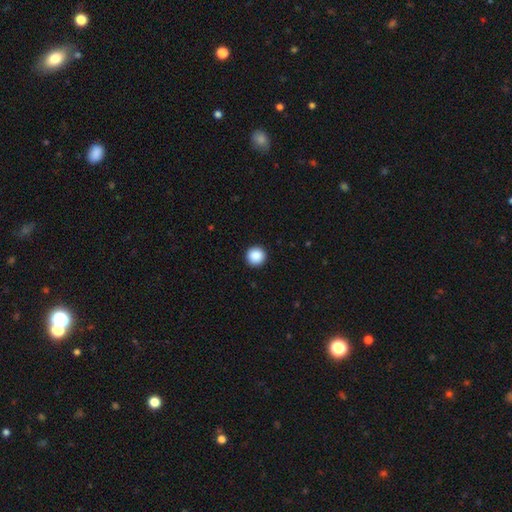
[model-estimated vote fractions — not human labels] This is clearly a smooth galaxy (89%). How rounded: clearly round (96%). Merging: clearly none (93%).